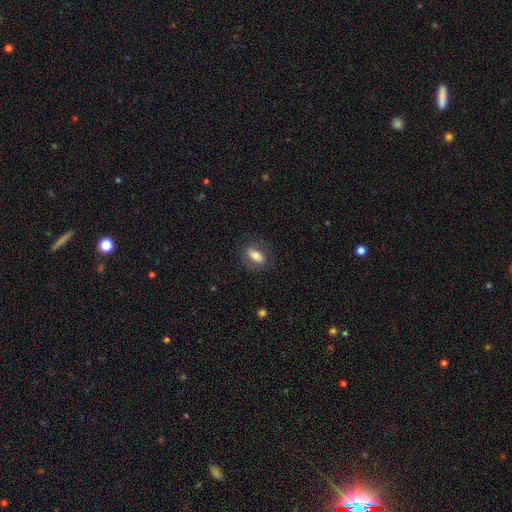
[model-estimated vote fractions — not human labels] Morphology: type=smooth (72%); roundness=in between (84%); merging=none (78%).